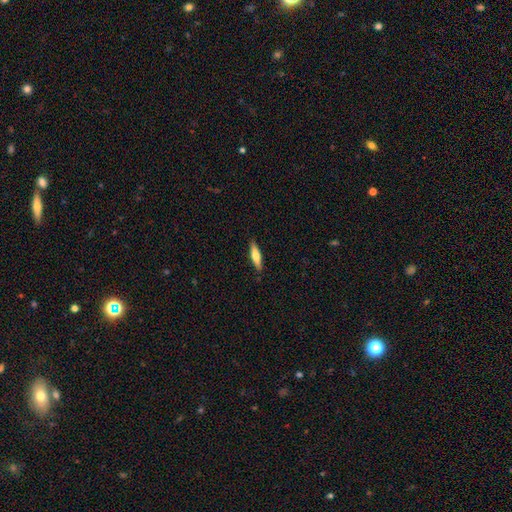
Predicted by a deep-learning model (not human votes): Smooth or featured? smooth (56%)
How rounded? cigar-shaped (75%)
Merging? none (88%)